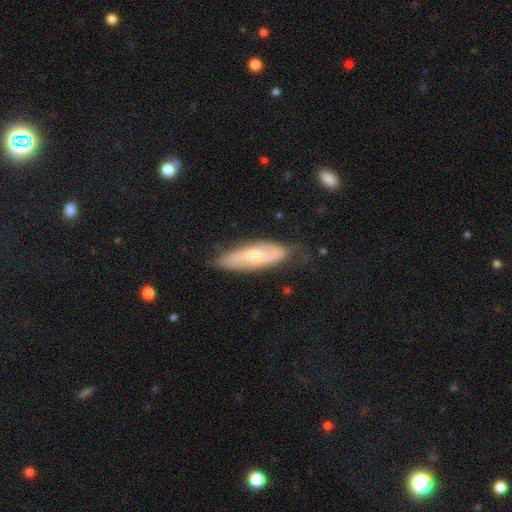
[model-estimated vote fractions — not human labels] Smooth or featured? Predicted: featured or disk (p=0.54). Edge-on disk? Predicted: no (p=0.76). Merging? Predicted: none (p=0.72).